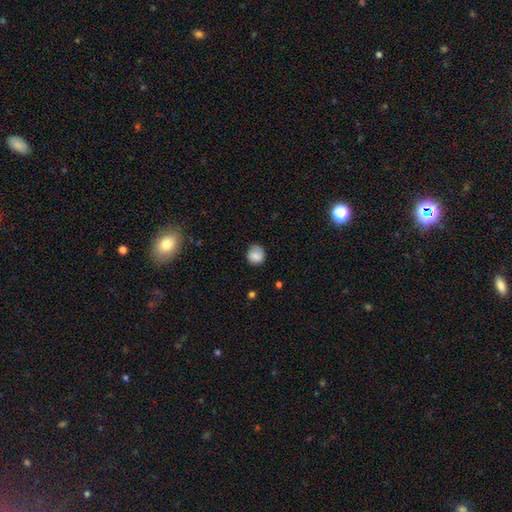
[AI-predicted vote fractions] Q: Smooth or featured?
A: smooth (83%); runner-up: featured or disk (8%)
Q: How rounded?
A: round (85%); runner-up: in between (14%)
Q: Merging?
A: none (76%); runner-up: minor disturbance (19%)